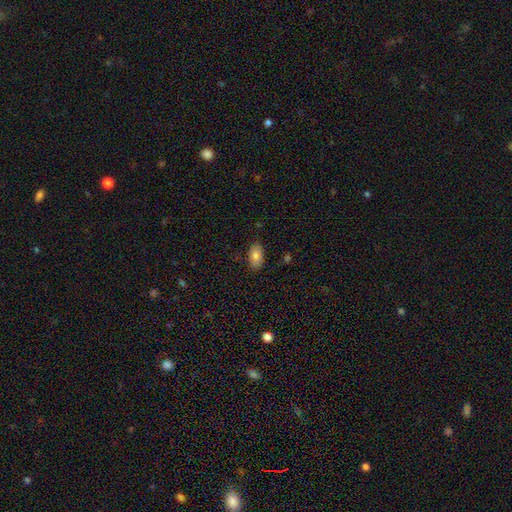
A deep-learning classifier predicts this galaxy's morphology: This is likely a smooth galaxy (80%). How rounded: clearly in between (93%). Merging: clearly none (86%).